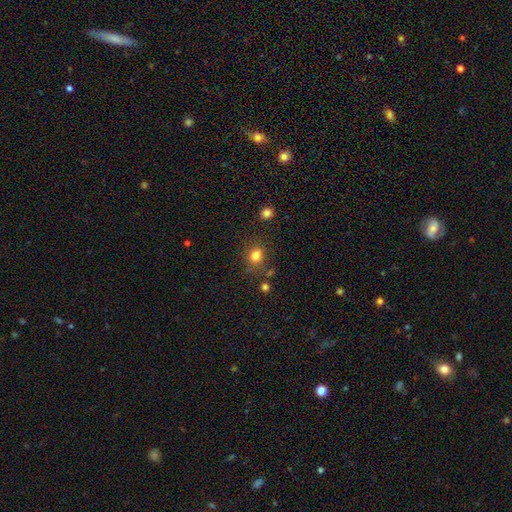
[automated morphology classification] A smooth galaxy with no disk features (81%) that is round (63%). Merging: none (74%).